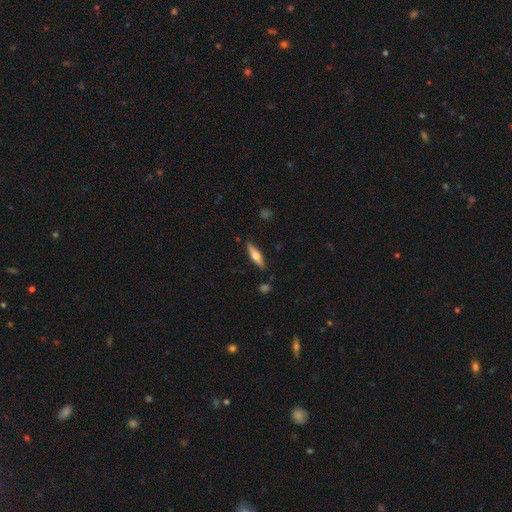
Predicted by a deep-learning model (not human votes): smooth_or_featured: featured or disk (p=0.49) [alt: smooth p=0.46]
merging: none (p=0.87) [alt: minor disturbance p=0.09]